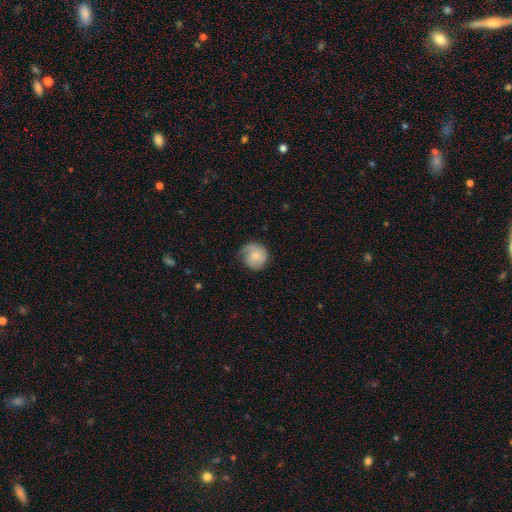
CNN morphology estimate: Overall: smooth (59%; featured or disk 34%). How rounded: round (88%). Merging: none (60%; minor disturbance 28%).